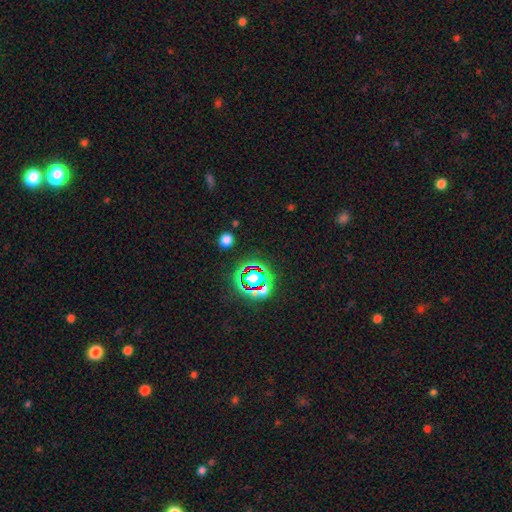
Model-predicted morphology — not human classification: Smooth or featured? Predicted: star or artifact (p=0.79).